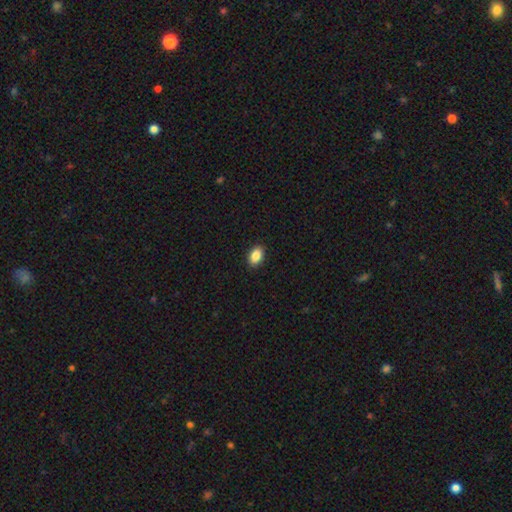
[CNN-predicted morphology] smooth 87%, star or artifact 8%, featured or disk 5%. Down the decision tree: how rounded — in between (88%); merging — none (90%).